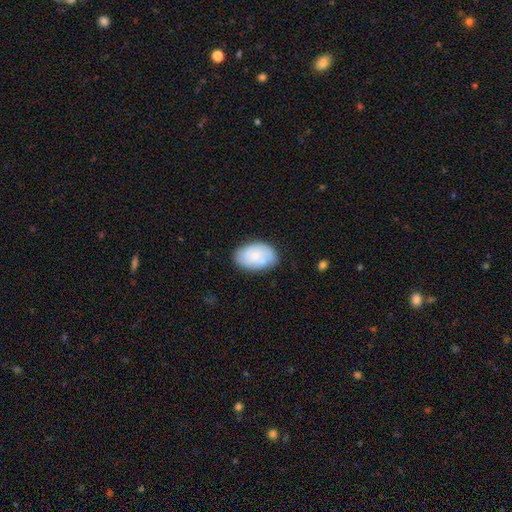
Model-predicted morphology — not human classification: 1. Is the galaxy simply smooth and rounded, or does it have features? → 69% smooth, 24% featured or disk, 7% star or artifact.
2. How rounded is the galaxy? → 90% in between, 9% round, 1% cigar-shaped.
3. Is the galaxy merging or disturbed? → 73% none, 20% minor disturbance, 5% major disturbance, 3% merger.